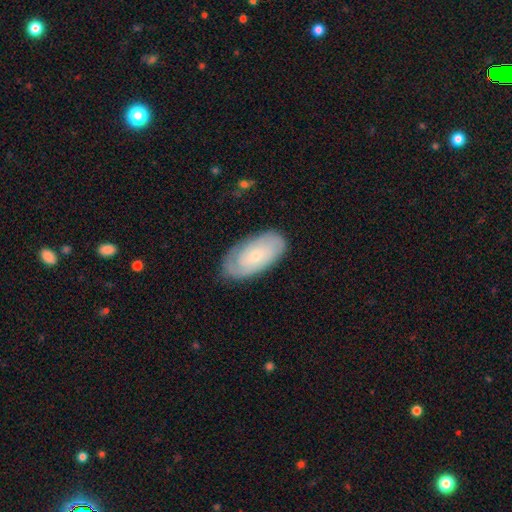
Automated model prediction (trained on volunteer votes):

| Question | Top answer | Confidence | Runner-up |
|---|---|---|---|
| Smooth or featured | featured or disk | 62% | smooth (32%) |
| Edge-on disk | no | 93% | yes (7%) |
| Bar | no | 77% | weak (19%) |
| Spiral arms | yes | 85% | no (15%) |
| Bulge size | small | 73% | moderate (22%) |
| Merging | none | 80% | minor disturbance (15%) |